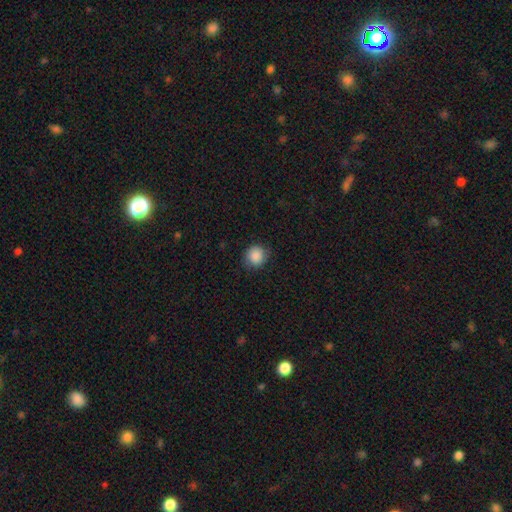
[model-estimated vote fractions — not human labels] A smooth galaxy with no disk features (87%) that is round (89%). Merging: none (83%).